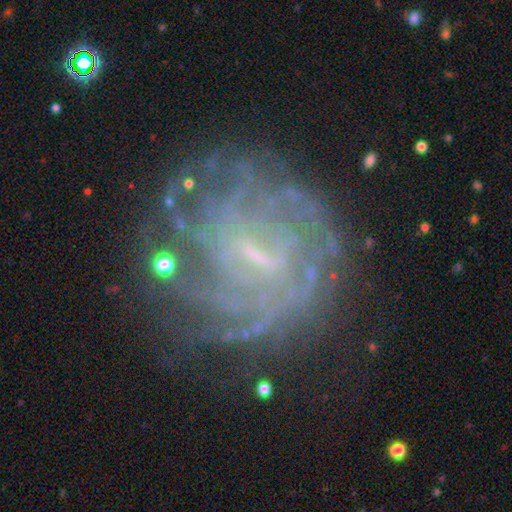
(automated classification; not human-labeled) A featured or disk galaxy (77%) with a weak bar (56%), tight (66%) spiral arms (79%) and a small central bulge (57%). Merging: none (69%).